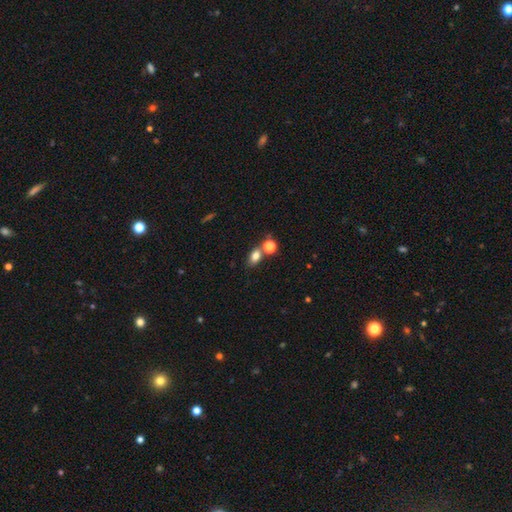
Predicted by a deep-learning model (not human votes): Morphology: type=smooth (79%); roundness=in between (73%); merging=none (60%).